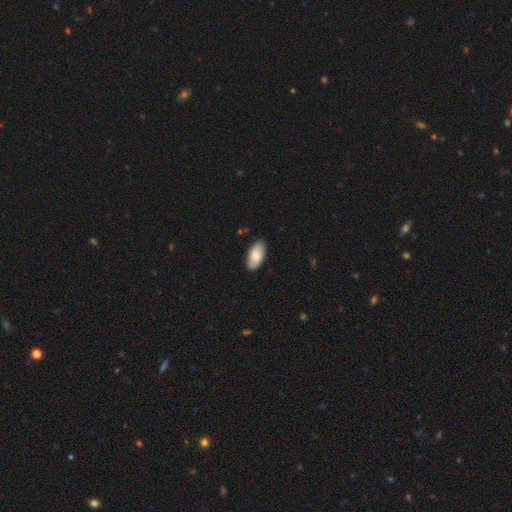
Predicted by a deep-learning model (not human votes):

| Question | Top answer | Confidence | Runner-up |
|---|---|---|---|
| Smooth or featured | smooth | 75% | featured or disk (20%) |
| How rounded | in between | 94% | cigar-shaped (4%) |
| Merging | none | 85% | minor disturbance (12%) |